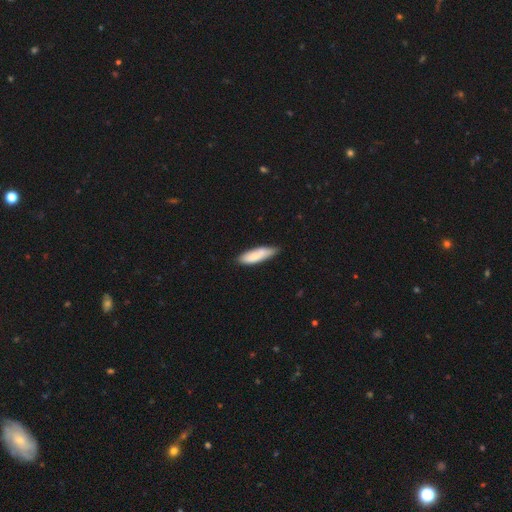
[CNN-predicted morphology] type=smooth (81%); roundness=cigar-shaped (54%); merging=none (68%).